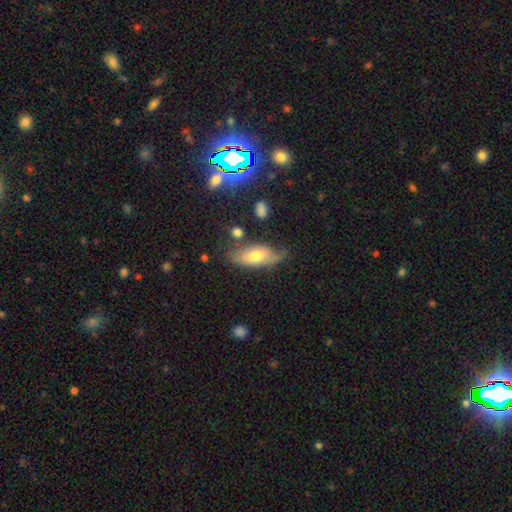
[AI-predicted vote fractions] A smooth galaxy with no disk features (57%) that is in between round and cigar-shaped (84%).

Vote fractions:
- Smooth or featured? smooth: 57% / featured or disk: 36% / star or artifact: 7%
- How rounded? in between: 84% / cigar-shaped: 13% / round: 3%
- Merging? none: 47% / minor disturbance: 32% / major disturbance: 15% / merger: 6%